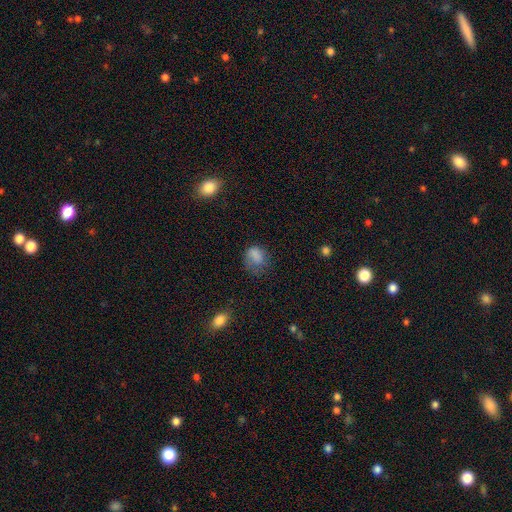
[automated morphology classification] Smooth or featured? Predicted: smooth (p=0.78). How rounded? Predicted: in between (p=0.54). Merging? Predicted: none (p=0.43).